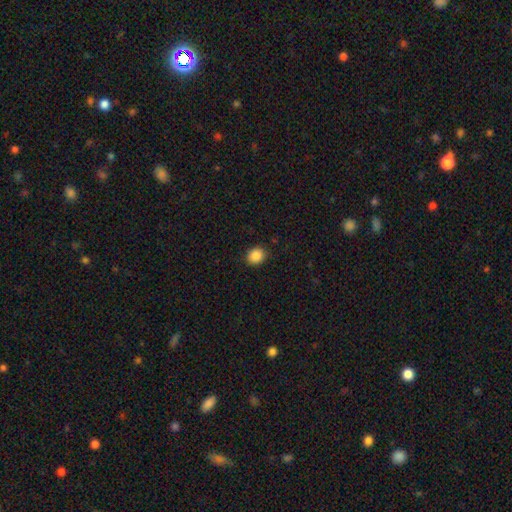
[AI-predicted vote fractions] This appears to be a smooth galaxy with no disk features (88%) that is round (70%). Merging: none (88%).